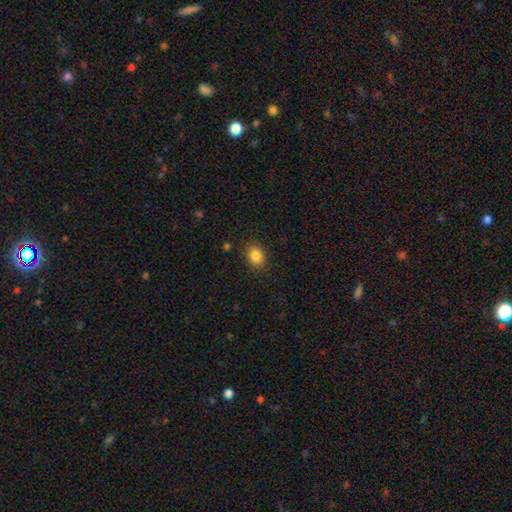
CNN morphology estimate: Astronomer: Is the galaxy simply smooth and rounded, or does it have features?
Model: smooth — 84%.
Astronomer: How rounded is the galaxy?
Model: in between — 57% (runner-up: round, 42%).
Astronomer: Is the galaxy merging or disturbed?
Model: none — 87%.